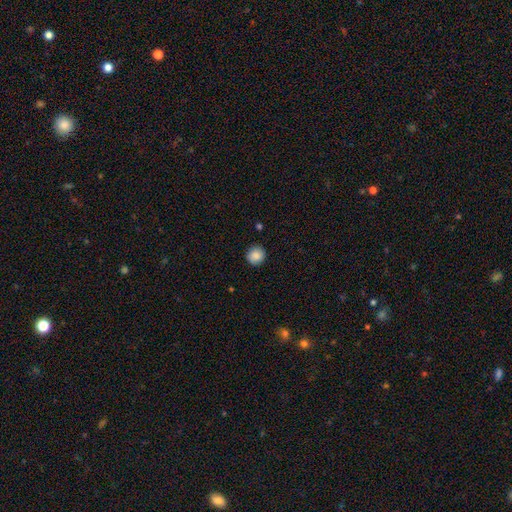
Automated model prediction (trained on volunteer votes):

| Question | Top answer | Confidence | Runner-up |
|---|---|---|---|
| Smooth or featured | smooth | 88% | star or artifact (9%) |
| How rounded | round | 94% | in between (5%) |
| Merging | none | 91% | minor disturbance (6%) |